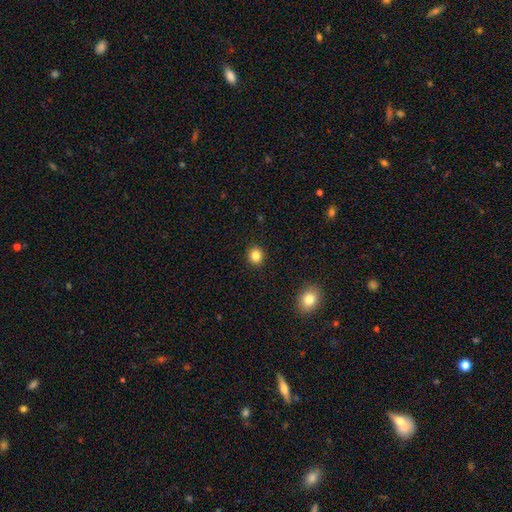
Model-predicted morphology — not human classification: type=smooth (83%); roundness=round (86%); merging=none (92%).